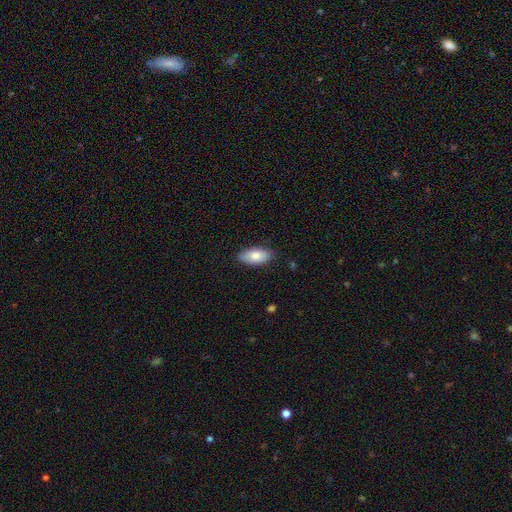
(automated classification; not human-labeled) smooth_or_featured: smooth (p=0.80) [alt: featured or disk p=0.14]
how_rounded: in between (p=0.91) [alt: cigar-shaped p=0.06]
merging: none (p=0.84) [alt: minor disturbance p=0.13]